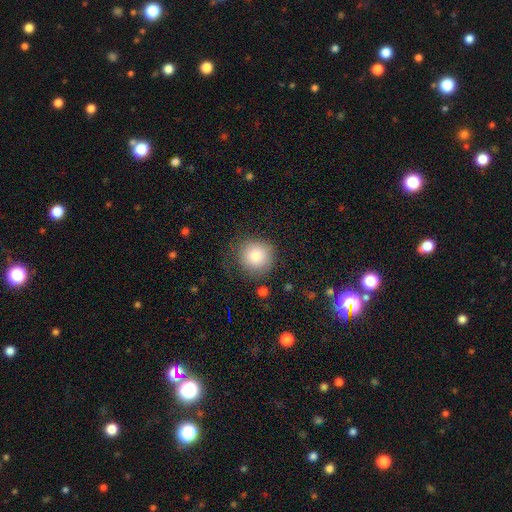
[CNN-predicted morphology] Smooth or featured? Predicted: smooth (p=0.84). How rounded? Predicted: round (p=0.93). Merging? Predicted: none (p=0.74).